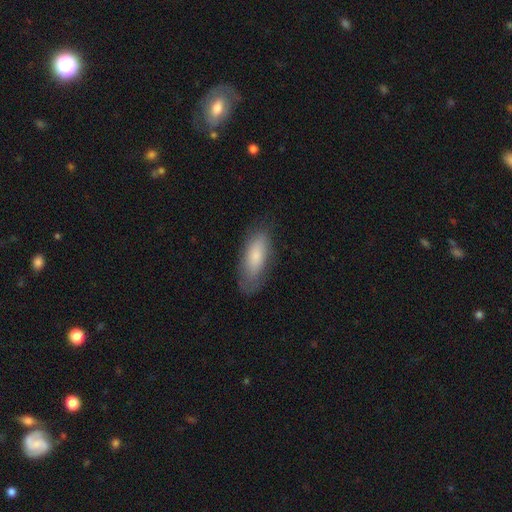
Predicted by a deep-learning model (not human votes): The model was most divided on "merging": none: 72%, minor disturbance: 20%, major disturbance: 7%, merger: 1%. More confident: how rounded — in between (75%); smooth or featured — smooth (75%).